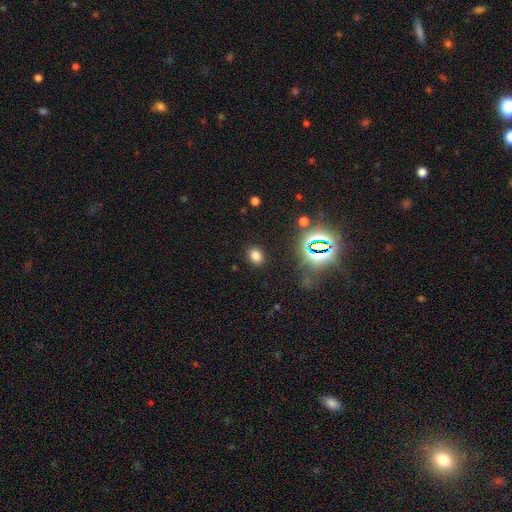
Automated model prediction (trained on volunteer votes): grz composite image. It shows a smooth galaxy with no disk features (72%) that is in between round and cigar-shaped (66%). Merging: none (87%).